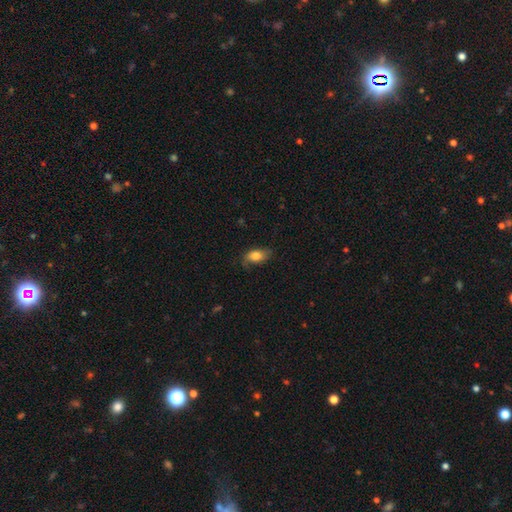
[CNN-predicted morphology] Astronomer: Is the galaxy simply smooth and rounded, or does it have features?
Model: smooth — 79%.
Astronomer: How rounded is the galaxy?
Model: in between — 88%.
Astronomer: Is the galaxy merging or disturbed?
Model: none — 70%.